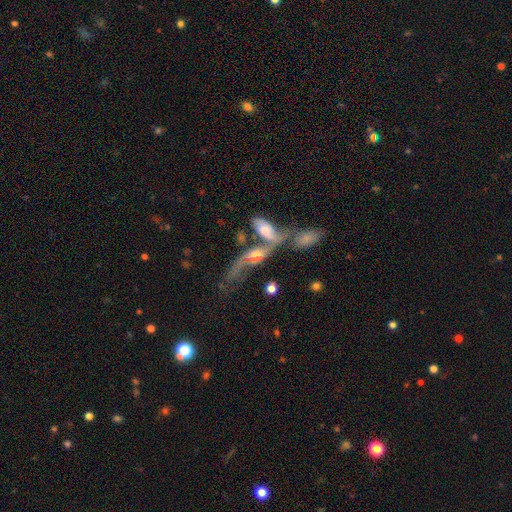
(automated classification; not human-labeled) Smooth or featured?
  - featured or disk: 62% *
  - smooth: 29%
  - star or artifact: 9%
Edge-on disk?
  - no: 76% *
  - yes: 24%
Merging?
  - merger: 59% *
  - major disturbance: 16%
  - none: 15%
  - minor disturbance: 10%